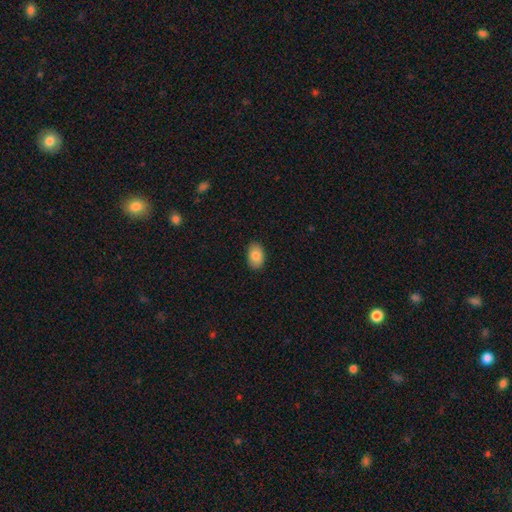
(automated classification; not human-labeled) Smooth or featured: smooth — 85% (featured or disk — 8%)
How rounded: in between — 88% (round — 10%)
Merging: none — 88% (minor disturbance — 9%)